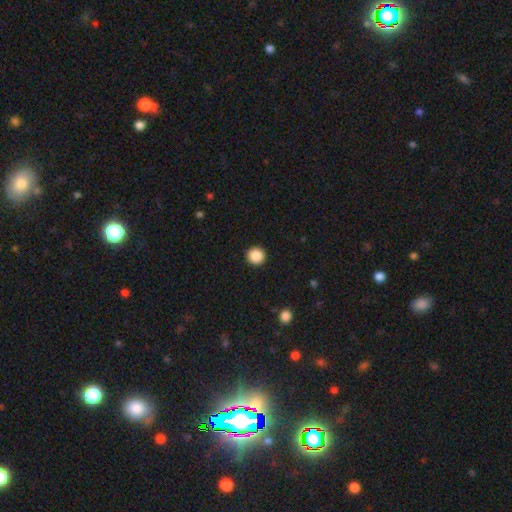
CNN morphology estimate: Smooth or featured? Predicted: smooth (p=0.88). How rounded? Predicted: round (p=0.95). Merging? Predicted: none (p=0.93).